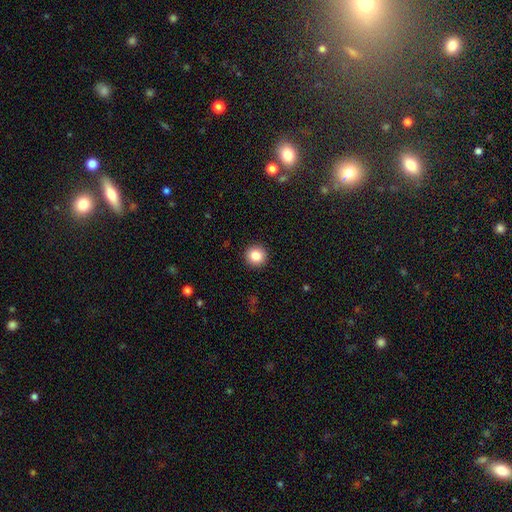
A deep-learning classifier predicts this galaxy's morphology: Smooth or featured?
  - smooth: 85% *
  - star or artifact: 10%
  - featured or disk: 6%
How rounded?
  - round: 95% *
  - in between: 4%
  - cigar-shaped: 1%
Merging?
  - none: 93% *
  - minor disturbance: 4%
  - major disturbance: 2%
  - merger: 1%